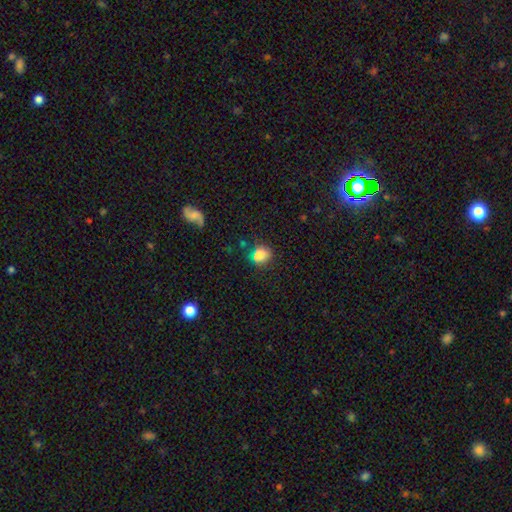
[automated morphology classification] A smooth galaxy with no disk features (81%) that is round (65%).

Vote fractions:
- Smooth or featured? smooth: 81% / star or artifact: 12% / featured or disk: 7%
- How rounded? round: 65% / in between: 34% / cigar-shaped: 1%
- Merging? none: 68% / minor disturbance: 20% / major disturbance: 6% / merger: 6%